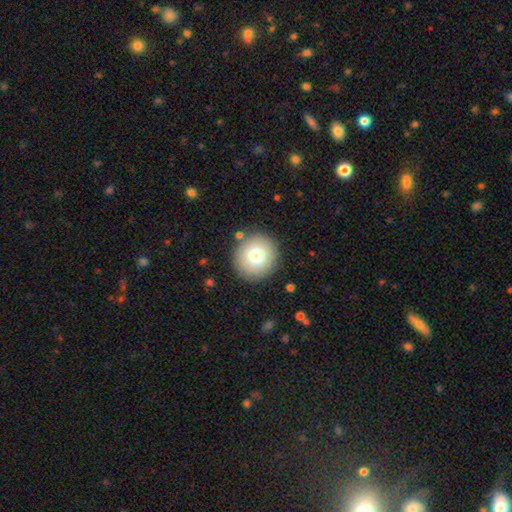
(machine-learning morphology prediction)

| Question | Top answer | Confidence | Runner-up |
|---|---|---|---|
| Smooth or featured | smooth | 75% | featured or disk (14%) |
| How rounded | round | 94% | in between (5%) |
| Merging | none | 89% | minor disturbance (7%) |